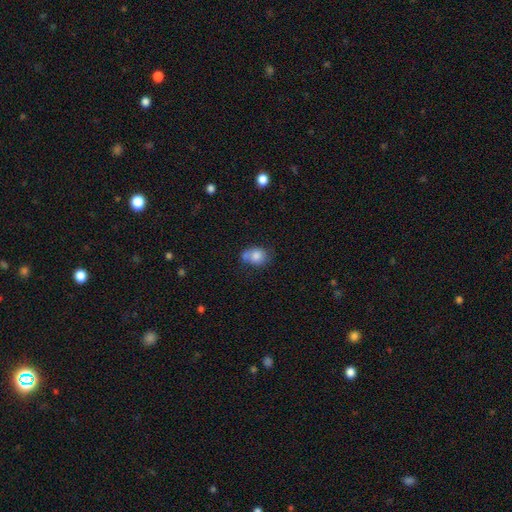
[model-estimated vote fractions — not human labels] Morphology: type=smooth (79%); roundness=round (57%); merging=none (46%).